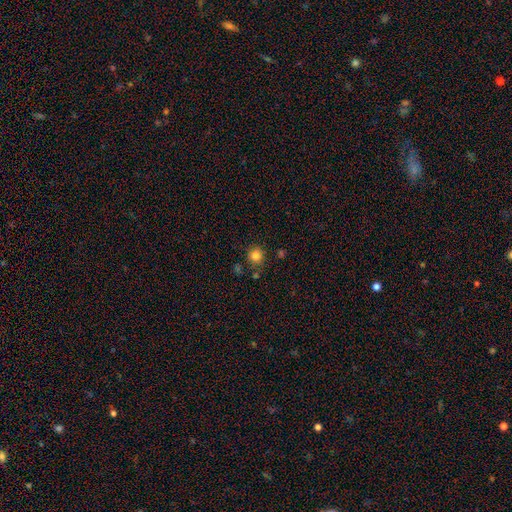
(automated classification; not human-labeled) smooth 82%, star or artifact 13%, featured or disk 5%. Down the decision tree: how rounded — round (92%); merging — none (83%).